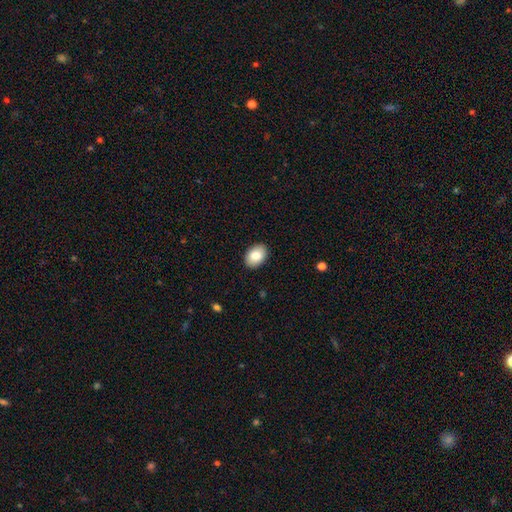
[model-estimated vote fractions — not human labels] Q: Smooth or featured?
A: smooth (84%); runner-up: featured or disk (9%)
Q: How rounded?
A: in between (82%); runner-up: round (17%)
Q: Merging?
A: none (90%); runner-up: minor disturbance (7%)